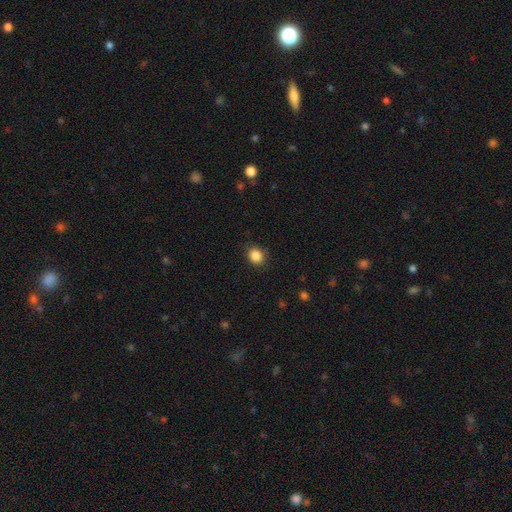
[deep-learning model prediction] The model was most divided on "how rounded": round: 77%, in between: 22%, cigar-shaped: 1%. More confident: smooth or featured — smooth (87%); merging — none (86%).